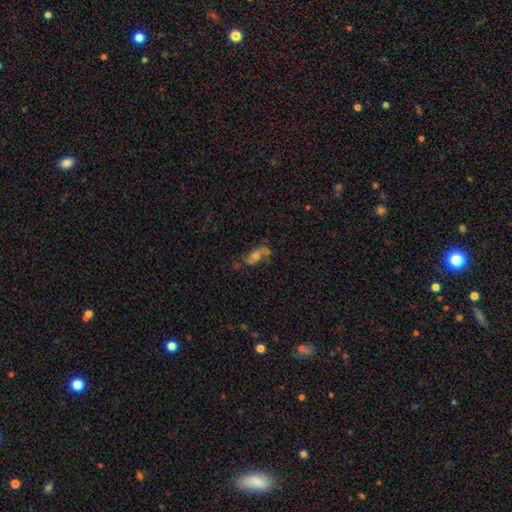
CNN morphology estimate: Smooth or featured? featured or disk (59%)
Edge-on disk? no (88%)
Bar? no (61%)
Spiral arms? yes (83%)
Bulge size? moderate (48%)
Merging? none (60%)